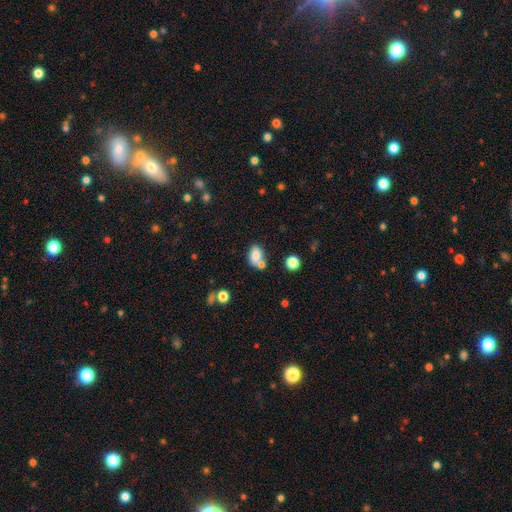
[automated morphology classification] This is likely a smooth galaxy (79%). How rounded: clearly in between (82%). Merging: possibly none (50%).